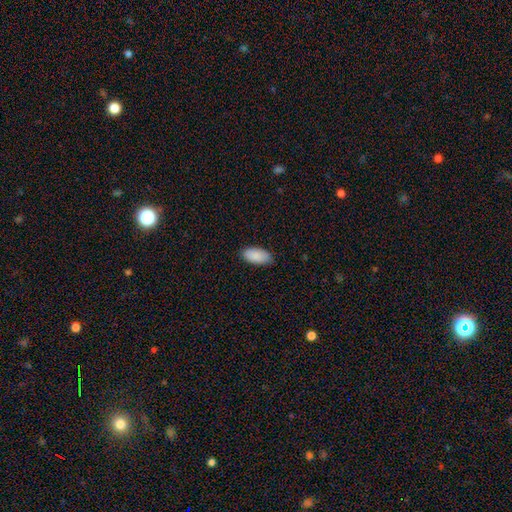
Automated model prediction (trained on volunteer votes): Smooth or featured?
  - smooth: 90% *
  - star or artifact: 6%
  - featured or disk: 4%
How rounded?
  - in between: 94% *
  - cigar-shaped: 5%
  - round: 2%
Merging?
  - none: 84% *
  - minor disturbance: 13%
  - major disturbance: 2%
  - merger: 1%